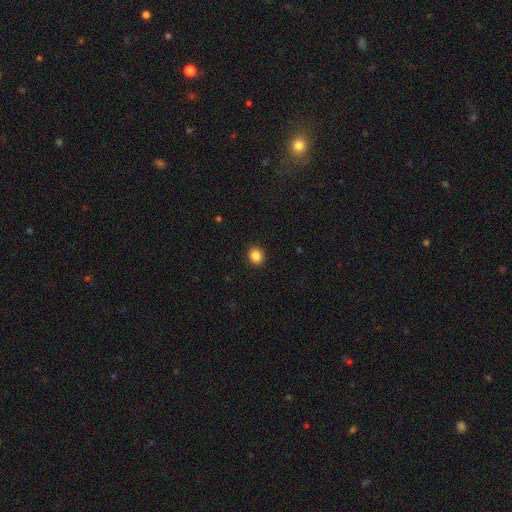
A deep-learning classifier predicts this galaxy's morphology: The model was most divided on "how rounded": round: 80%, in between: 19%, cigar-shaped: 1%. More confident: merging — none (92%); smooth or featured — smooth (86%).